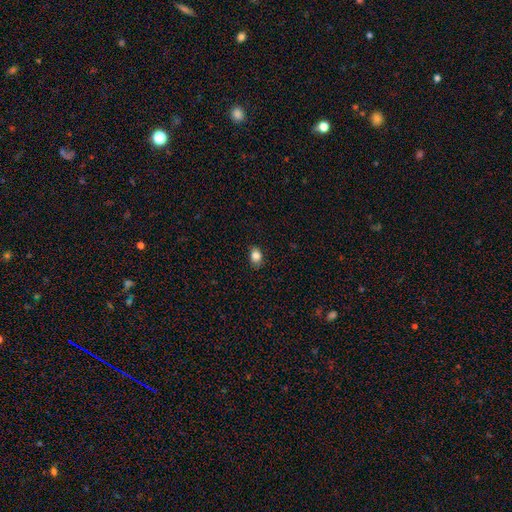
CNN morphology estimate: Smooth or featured?
  - smooth: 85% *
  - star or artifact: 10%
  - featured or disk: 5%
How rounded?
  - in between: 69% *
  - round: 30%
  - cigar-shaped: 1%
Merging?
  - none: 81% *
  - minor disturbance: 15%
  - major disturbance: 3%
  - merger: 1%